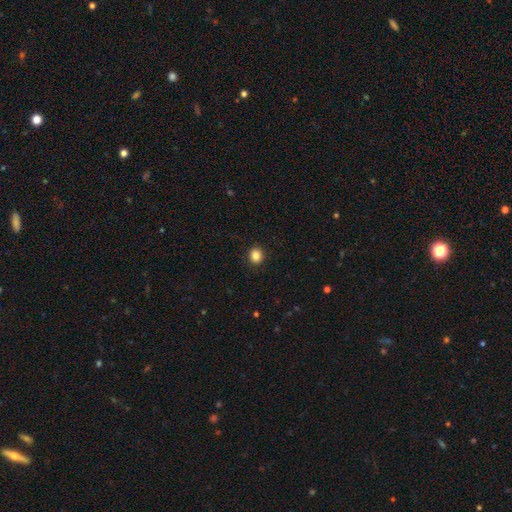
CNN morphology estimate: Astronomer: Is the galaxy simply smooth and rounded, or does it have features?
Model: smooth — 86%.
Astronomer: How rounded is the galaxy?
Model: round — 79%.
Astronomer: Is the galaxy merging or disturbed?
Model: none — 91%.